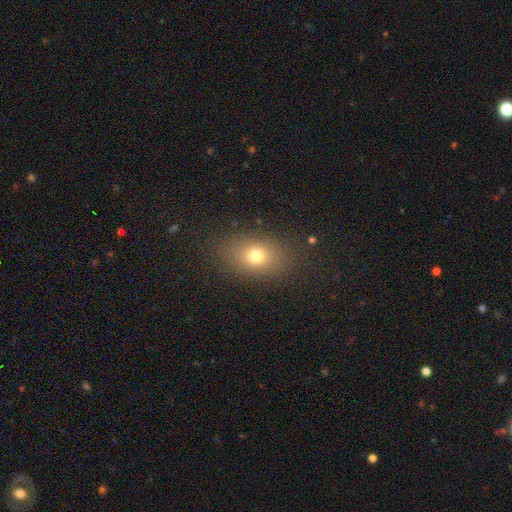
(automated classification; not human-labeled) Smooth or featured? Predicted: smooth (p=0.73). How rounded? Predicted: in between (p=0.71). Merging? Predicted: none (p=0.84).